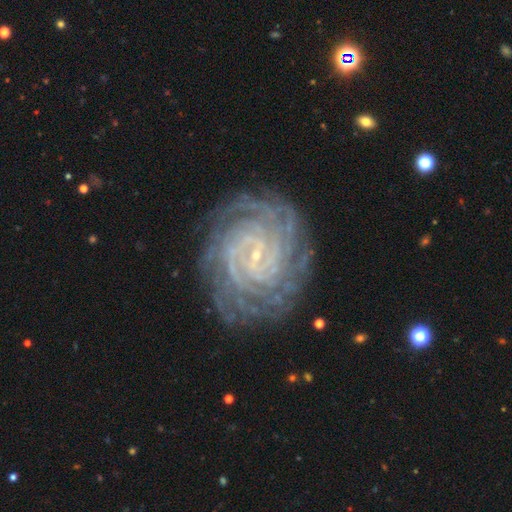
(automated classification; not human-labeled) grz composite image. It shows a featured or disk galaxy (91%) with no bar (46%), more than 4 (27%) tight (87%) spiral arms (99%) and a small central bulge (89%). Merging: none (82%).